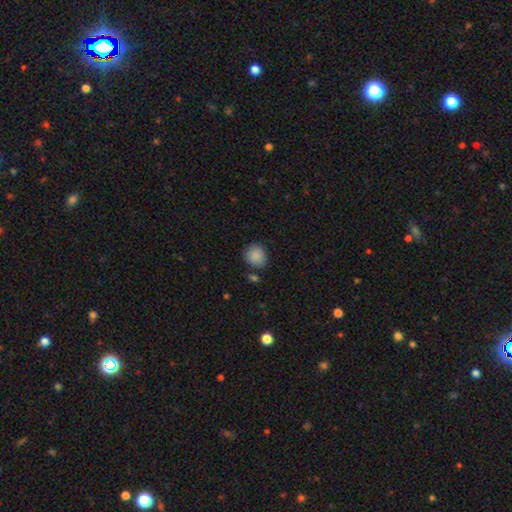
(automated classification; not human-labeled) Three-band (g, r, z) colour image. It shows a smooth galaxy with no disk features (88%) that is round (85%). Merging: none (77%).